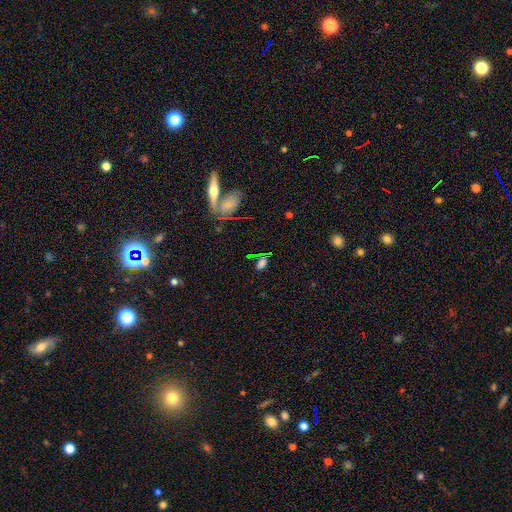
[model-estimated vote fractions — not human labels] smooth-or-featured: smooth: 49% | star or artifact: 33% | featured or disk: 18%
  merging: none: 71% | minor disturbance: 13% | merger: 9% | major disturbance: 7%